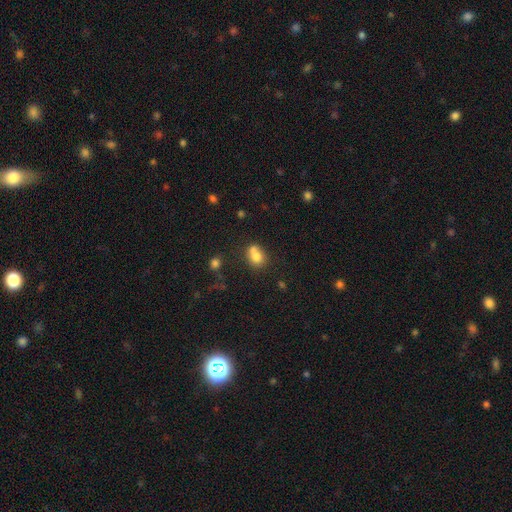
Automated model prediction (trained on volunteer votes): A smooth galaxy with no disk features (75%) that is round (55%). Merging: merger (46%).